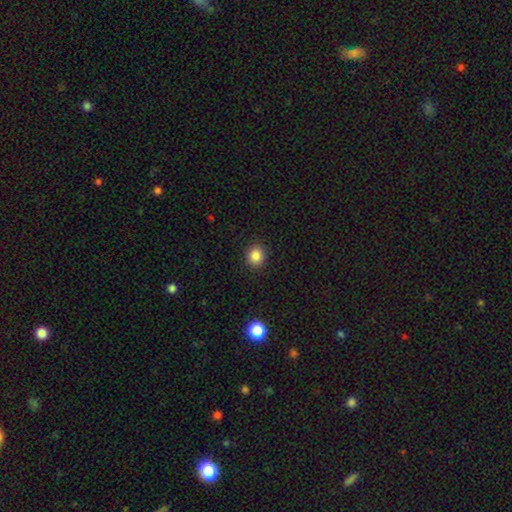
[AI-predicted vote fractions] Overall: smooth (85%). How rounded: round (80%). Merging: none (91%).